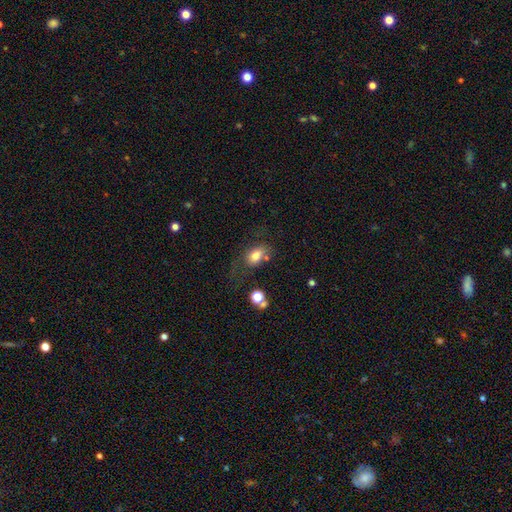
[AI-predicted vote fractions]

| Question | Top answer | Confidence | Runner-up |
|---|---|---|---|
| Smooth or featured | smooth | 77% | featured or disk (13%) |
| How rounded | in between | 79% | round (19%) |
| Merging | none | 47% | minor disturbance (22%) |